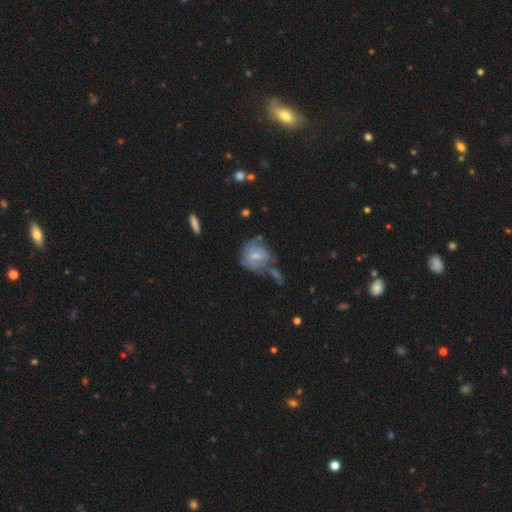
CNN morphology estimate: Overall: smooth (50%; featured or disk 42%). How rounded: round (76%). Merging: none (39%; merger 28%).